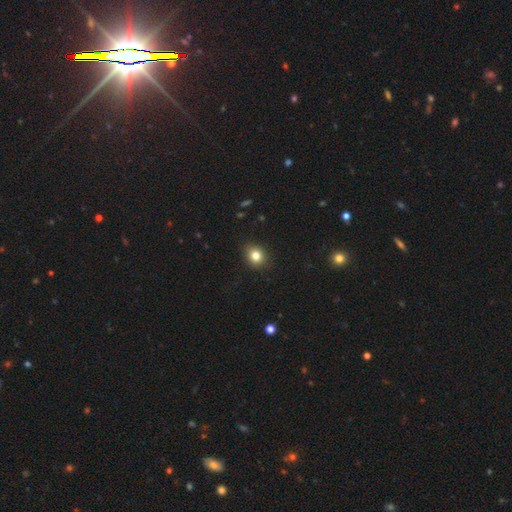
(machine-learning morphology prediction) This appears to be a smooth galaxy with no disk features (82%) that is round (71%). Merging: none (88%).